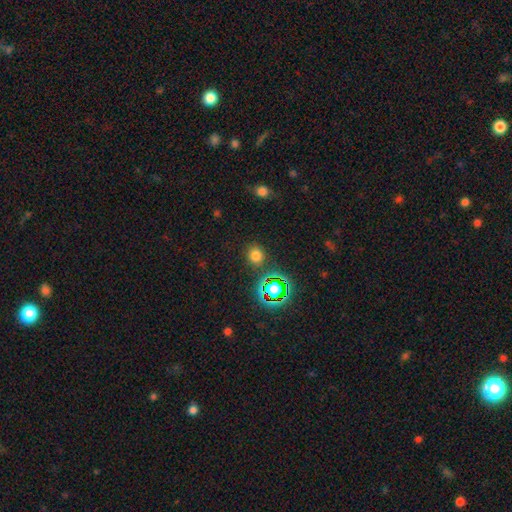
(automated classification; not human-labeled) smooth 70%, star or artifact 24%, featured or disk 6%. Down the decision tree: how rounded — round (84%); merging — none (86%).